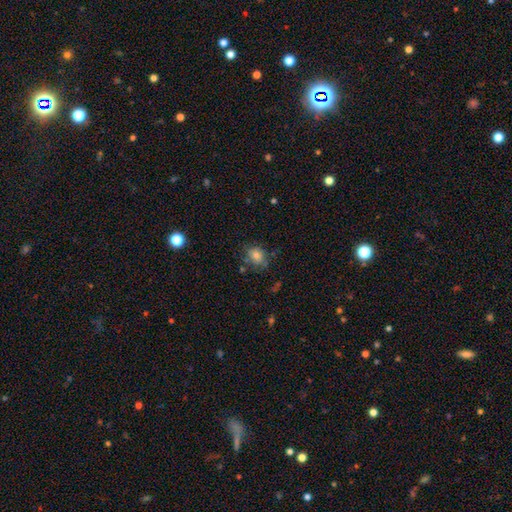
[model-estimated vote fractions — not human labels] A smooth galaxy with no disk features (73%) that is in between round and cigar-shaped (50%).

Vote fractions:
- Smooth or featured? smooth: 73% / star or artifact: 14% / featured or disk: 13%
- How rounded? in between: 50% / round: 49% / cigar-shaped: 1%
- Merging? none: 67% / minor disturbance: 21% / major disturbance: 7% / merger: 5%